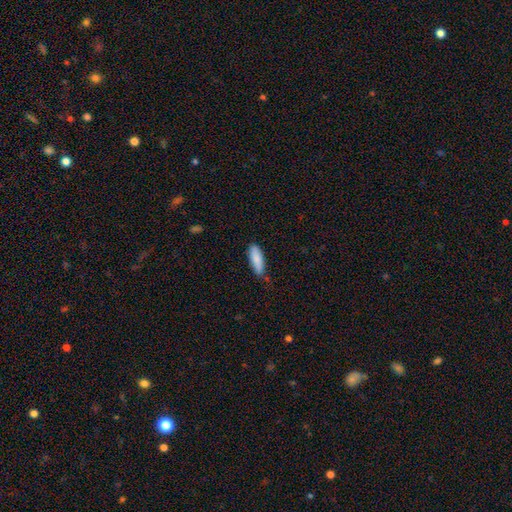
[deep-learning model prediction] A smooth galaxy with no disk features (86%) that is in between round and cigar-shaped (53%). Merging: none (73%).